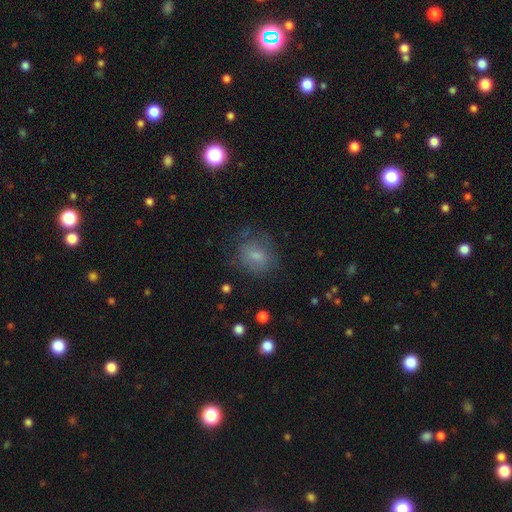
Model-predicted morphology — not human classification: smooth_or_featured: smooth (p=0.70) [alt: featured or disk p=0.18]
how_rounded: round (p=0.66) [alt: in between p=0.32]
merging: none (p=0.65) [alt: minor disturbance p=0.21]